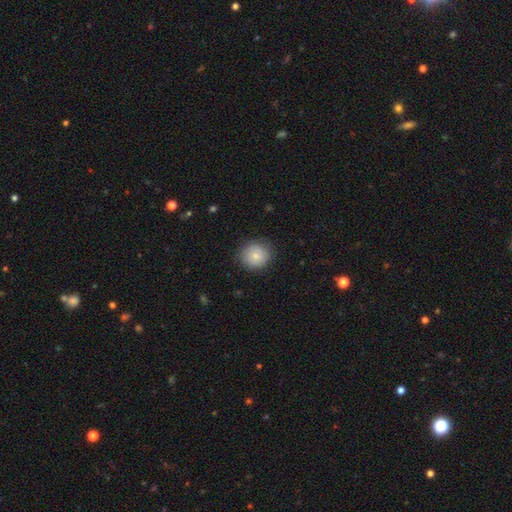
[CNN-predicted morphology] The model was most divided on "smooth or featured": smooth: 78%, featured or disk: 14%, star or artifact: 7%. More confident: how rounded — round (88%); merging — none (83%).